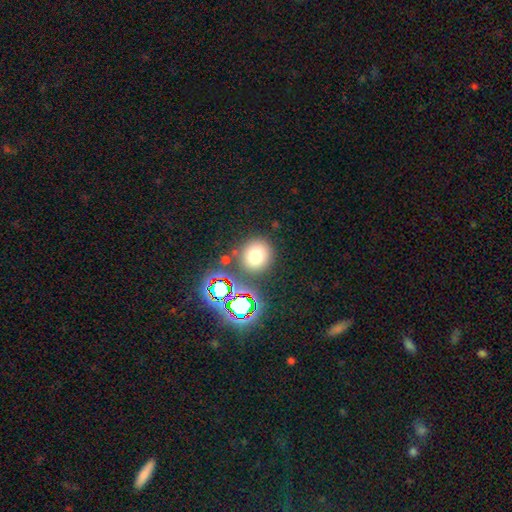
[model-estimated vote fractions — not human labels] This is likely a smooth galaxy (73%). How rounded: clearly round (88%). Merging: clearly none (82%).